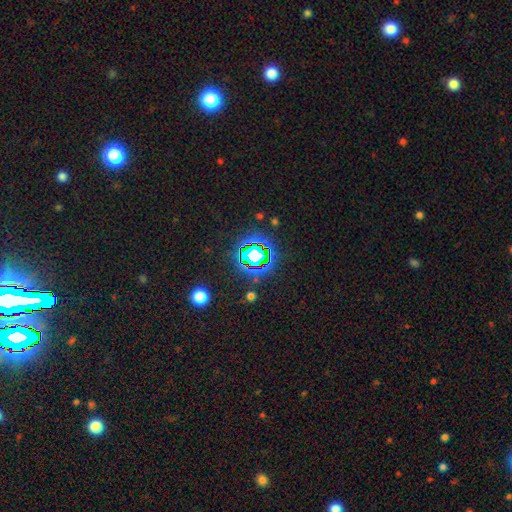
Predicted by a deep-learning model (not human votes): A star or artifact, not a galaxy (78%).

Vote fractions:
- Smooth or featured? star or artifact: 78% / smooth: 15% / featured or disk: 8%